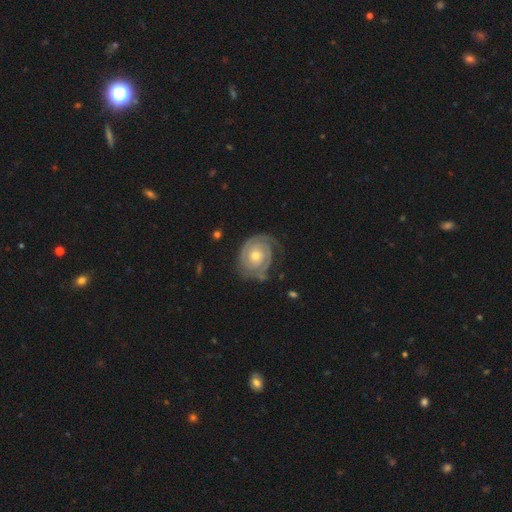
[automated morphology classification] This is clearly a featured or disk galaxy (89%). It is clearly not viewed edge-on (98%). Bar: likely no (75%). Spiral arm pattern: clearly yes (97%). Spiral arm count: likely 2 (60%). Spiral winding: clearly tight (82%). Central bulge: possibly moderate (59%). Merging: likely none (73%).